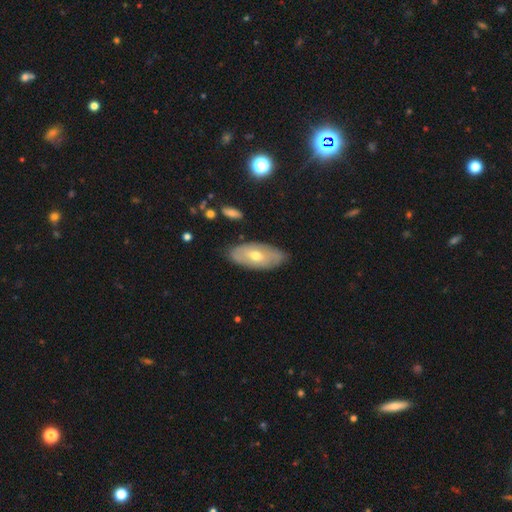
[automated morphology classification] Smooth or featured? Predicted: featured or disk (p=0.48). Merging? Predicted: none (p=0.80).